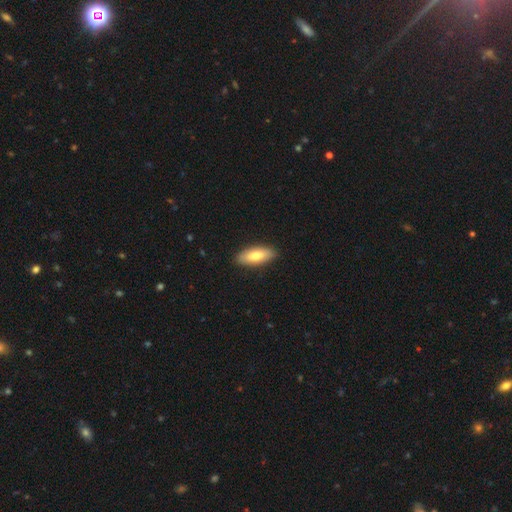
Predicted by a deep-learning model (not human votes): This is likely a smooth galaxy (77%). How rounded: likely in between (76%). Merging: clearly none (89%).